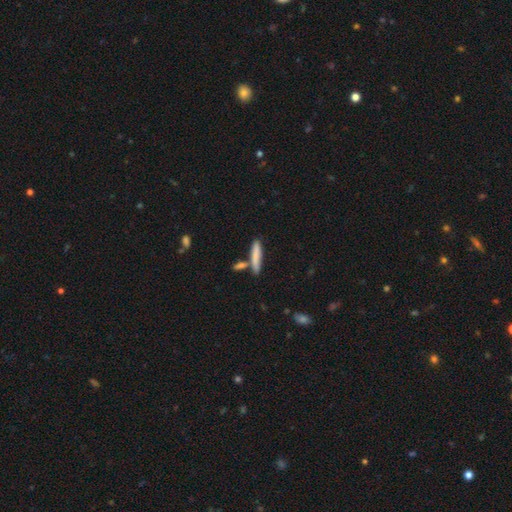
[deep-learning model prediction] Q: Smooth or featured?
A: smooth (79%); runner-up: featured or disk (15%)
Q: How rounded?
A: cigar-shaped (88%); runner-up: in between (10%)
Q: Merging?
A: none (66%); runner-up: merger (17%)